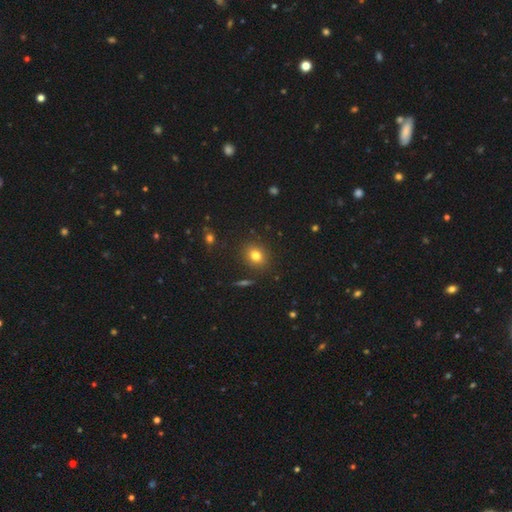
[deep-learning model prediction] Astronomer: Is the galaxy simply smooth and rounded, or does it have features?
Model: smooth — 78%.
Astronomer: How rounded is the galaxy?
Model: round — 58% (runner-up: in between, 41%).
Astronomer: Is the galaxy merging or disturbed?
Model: none — 87%.